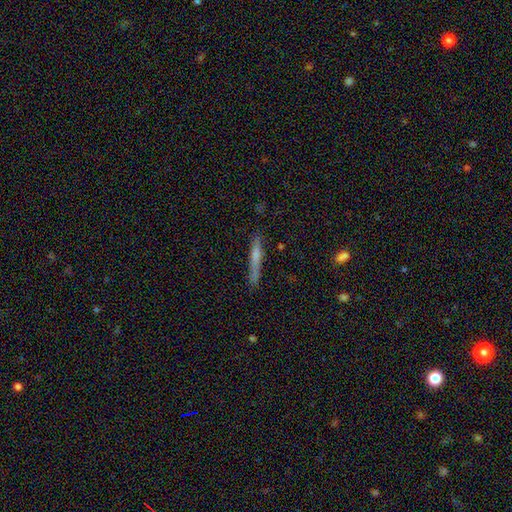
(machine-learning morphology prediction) Smooth or featured? featured or disk (48%)
Merging? none (84%)